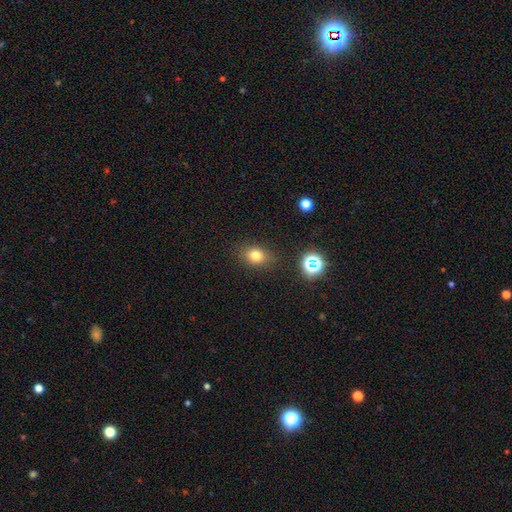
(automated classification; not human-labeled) smooth-or-featured: smooth: 75% | star or artifact: 16% | featured or disk: 9%
  how-rounded: in between: 54% | round: 44% | cigar-shaped: 1%
  merging: none: 82% | minor disturbance: 12% | major disturbance: 4% | merger: 2%